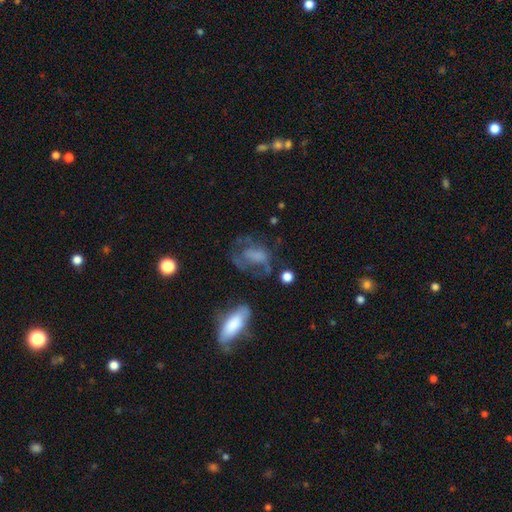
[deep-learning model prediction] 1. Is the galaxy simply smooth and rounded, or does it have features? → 46% featured or disk, 40% smooth, 14% star or artifact.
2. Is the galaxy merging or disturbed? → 39% none, 34% major disturbance, 21% minor disturbance, 7% merger.